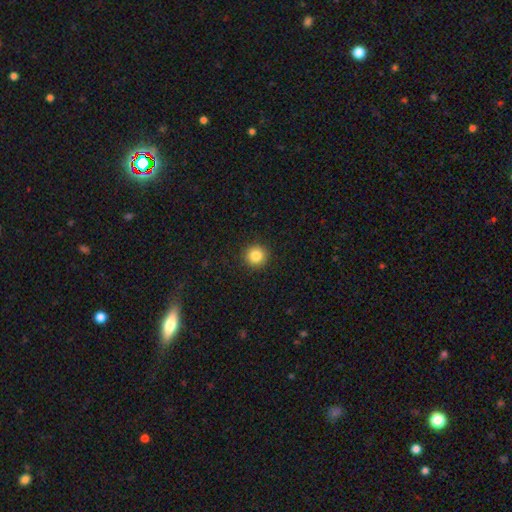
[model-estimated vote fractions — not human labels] Q: Smooth or featured?
A: smooth (85%); runner-up: star or artifact (10%)
Q: How rounded?
A: round (95%); runner-up: in between (4%)
Q: Merging?
A: none (93%); runner-up: minor disturbance (5%)